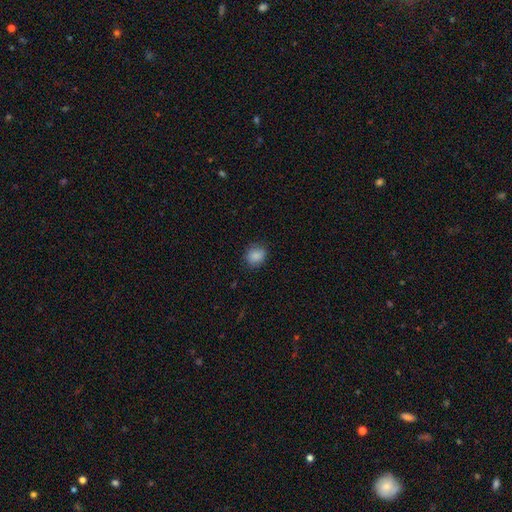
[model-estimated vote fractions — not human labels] Smooth or featured?
  - smooth: 86% *
  - star or artifact: 9%
  - featured or disk: 5%
How rounded?
  - round: 70% *
  - in between: 29%
  - cigar-shaped: 1%
Merging?
  - none: 83% *
  - minor disturbance: 13%
  - major disturbance: 3%
  - merger: 1%